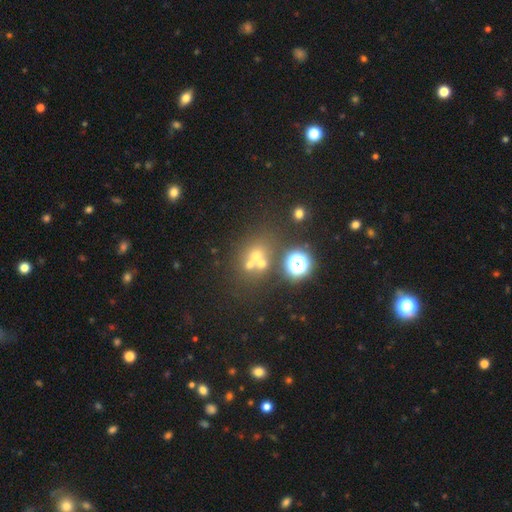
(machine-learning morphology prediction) Smooth or featured?
  - smooth: 52% *
  - star or artifact: 30%
  - featured or disk: 17%
How rounded?
  - round: 75% *
  - in between: 24%
  - cigar-shaped: 1%
Merging?
  - none: 47% *
  - merger: 39%
  - minor disturbance: 9%
  - major disturbance: 6%